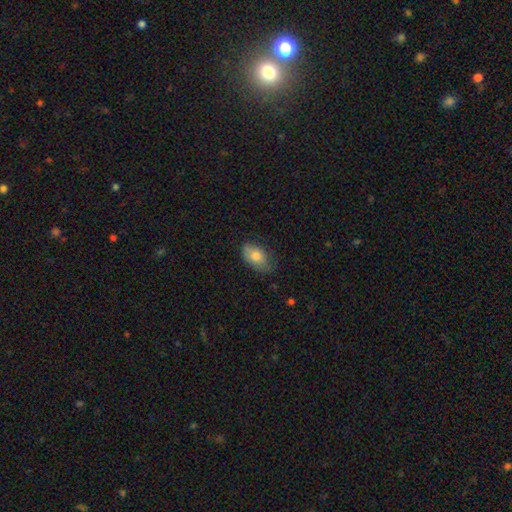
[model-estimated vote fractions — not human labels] Q: Smooth or featured?
A: smooth (78%); runner-up: featured or disk (15%)
Q: How rounded?
A: in between (90%); runner-up: round (8%)
Q: Merging?
A: none (61%); runner-up: minor disturbance (30%)